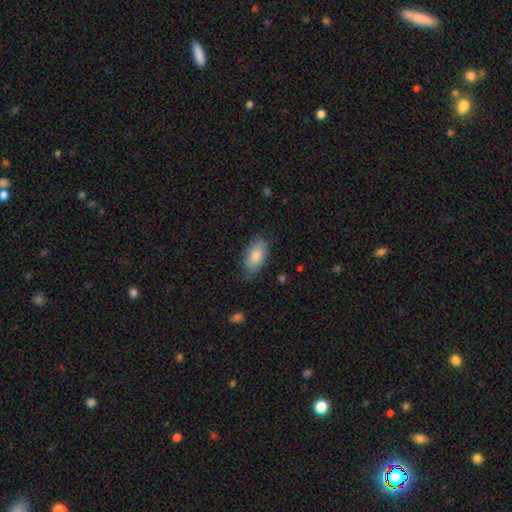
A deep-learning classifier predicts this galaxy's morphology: smooth 83%, featured or disk 11%, star or artifact 6%. Down the decision tree: how rounded — in between (91%); merging — none (78%).